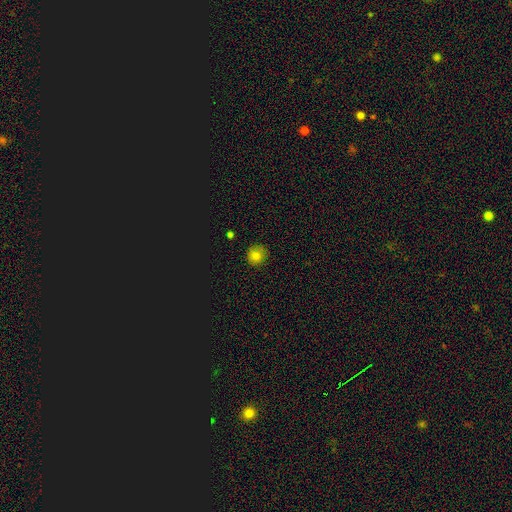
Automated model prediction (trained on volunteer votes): Smooth or featured: smooth — 79% (star or artifact — 14%)
How rounded: round — 91% (in between — 8%)
Merging: none — 87% (minor disturbance — 10%)